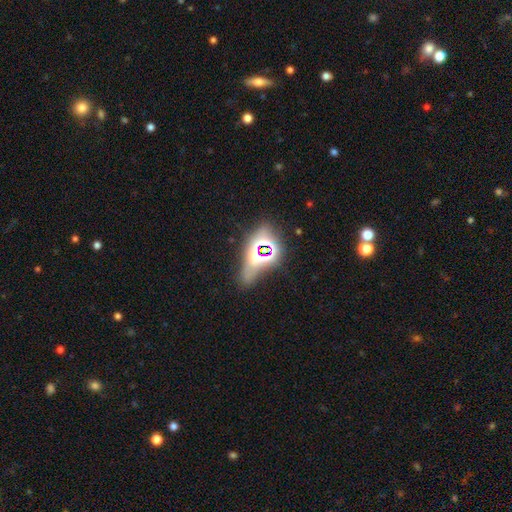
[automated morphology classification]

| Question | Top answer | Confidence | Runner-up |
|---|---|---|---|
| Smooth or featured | star or artifact | 51% | smooth (32%) |